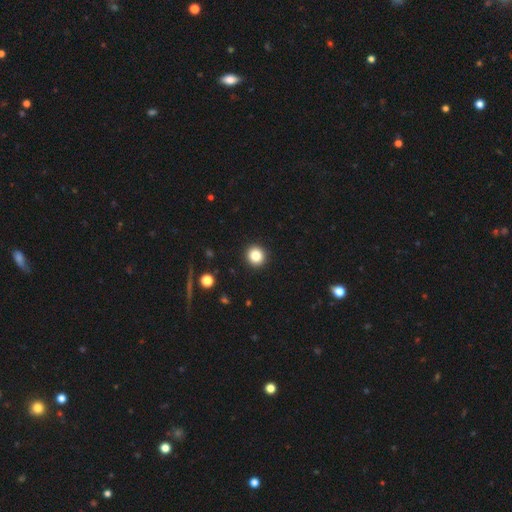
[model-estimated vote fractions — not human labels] Smooth or featured? smooth (84%)
How rounded? round (91%)
Merging? none (93%)